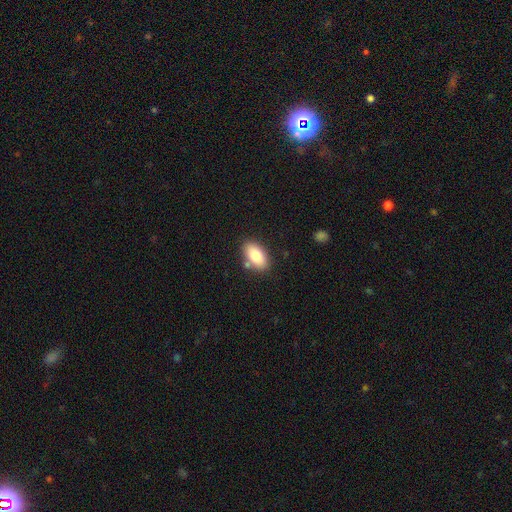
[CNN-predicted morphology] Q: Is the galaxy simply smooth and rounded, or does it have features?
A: smooth — 80%.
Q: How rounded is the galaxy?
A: in between — 92%.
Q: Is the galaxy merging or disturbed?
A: none — 79%.